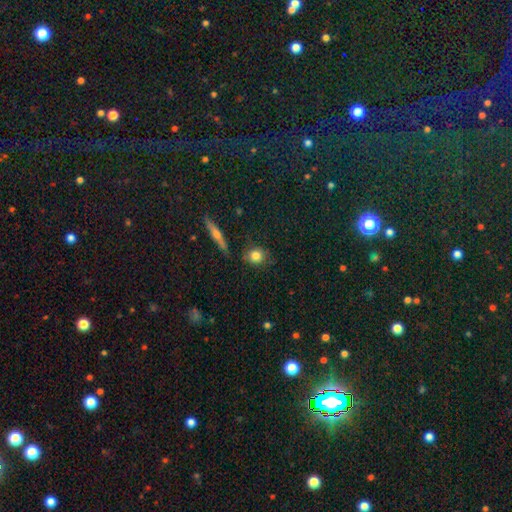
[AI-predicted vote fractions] Smooth or featured? Predicted: smooth (p=0.80). How rounded? Predicted: round (p=0.68). Merging? Predicted: none (p=0.78).